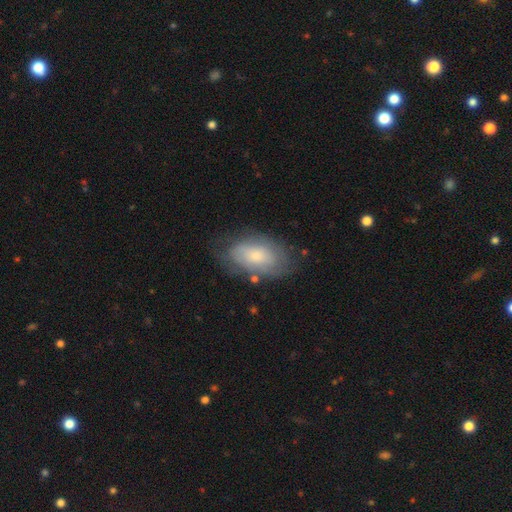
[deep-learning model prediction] smooth-or-featured: smooth: 51% | featured or disk: 42% | star or artifact: 7%
  how-rounded: in between: 91% | round: 6% | cigar-shaped: 2%
  merging: none: 66% | minor disturbance: 23% | major disturbance: 9% | merger: 3%